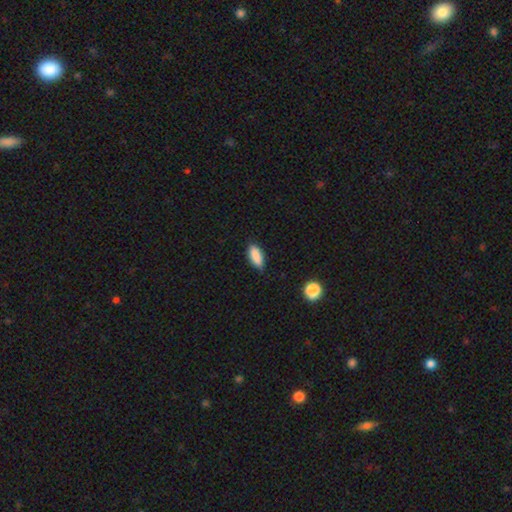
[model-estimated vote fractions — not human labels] This appears to be a smooth galaxy with no disk features (86%) that is in between round and cigar-shaped (74%). Merging: none (80%).